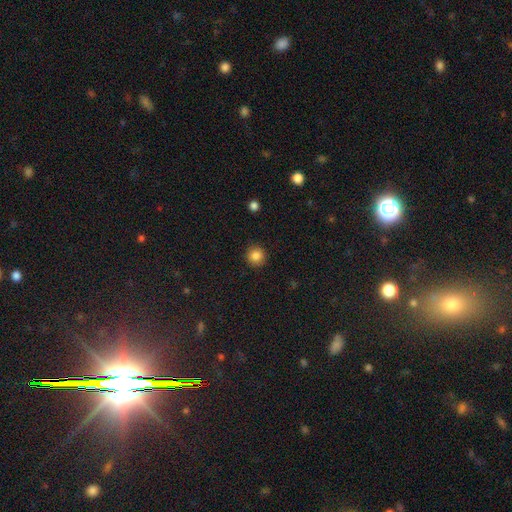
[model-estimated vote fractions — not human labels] The model was most divided on "smooth or featured": smooth: 85%, star or artifact: 11%, featured or disk: 4%. More confident: how rounded — round (94%); merging — none (92%).